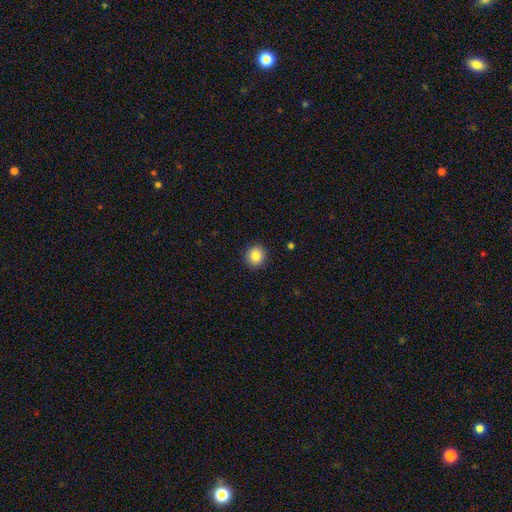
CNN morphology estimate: Overall: smooth (86%). How rounded: round (87%). Merging: none (92%).